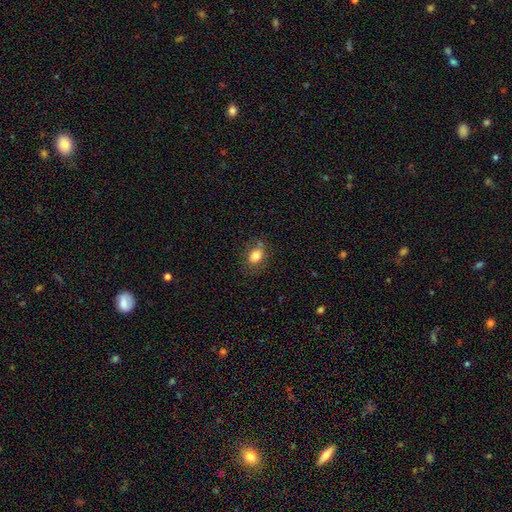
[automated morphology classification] type=smooth (80%); roundness=in between (71%); merging=none (71%).